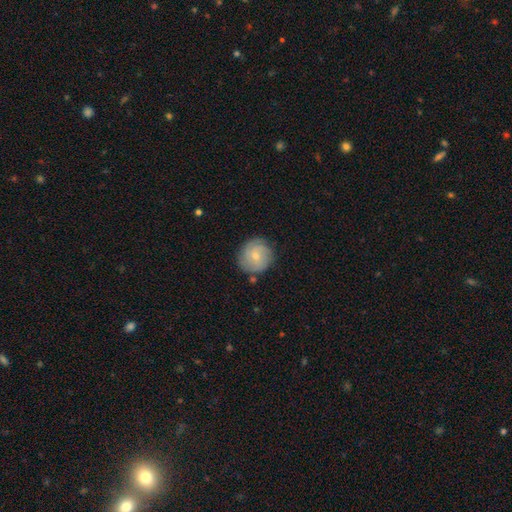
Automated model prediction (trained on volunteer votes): The model was most divided on "smooth or featured": smooth: 47%, featured or disk: 45%, star or artifact: 7%. More confident: merging — none (79%).